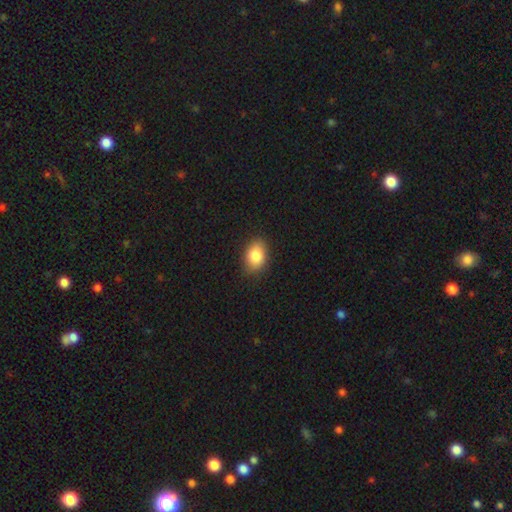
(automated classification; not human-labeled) Smooth or featured? smooth (85%)
How rounded? in between (79%)
Merging? none (84%)